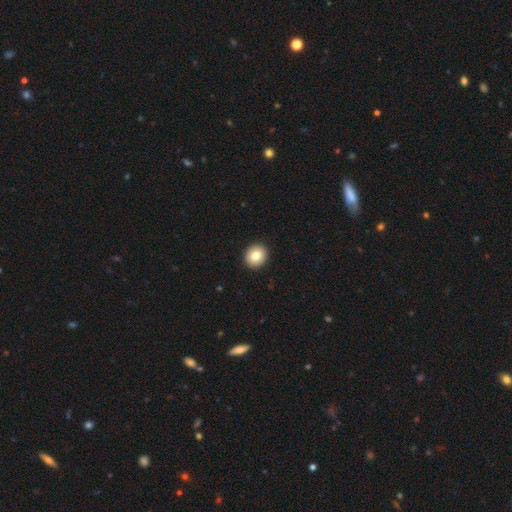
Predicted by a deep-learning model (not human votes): This is likely a smooth galaxy (80%). How rounded: clearly round (82%). Merging: clearly none (93%).